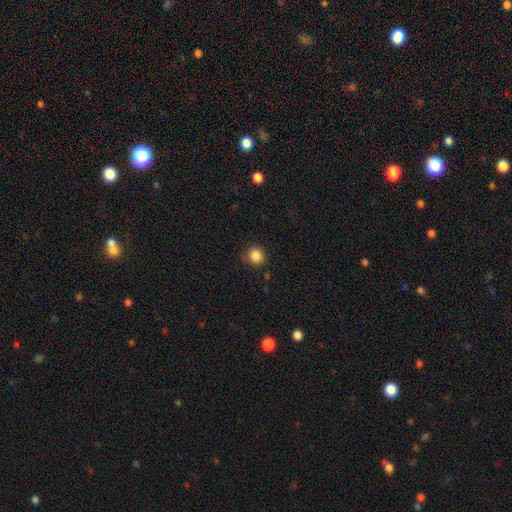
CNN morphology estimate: type=smooth (86%); roundness=round (88%); merging=none (84%).